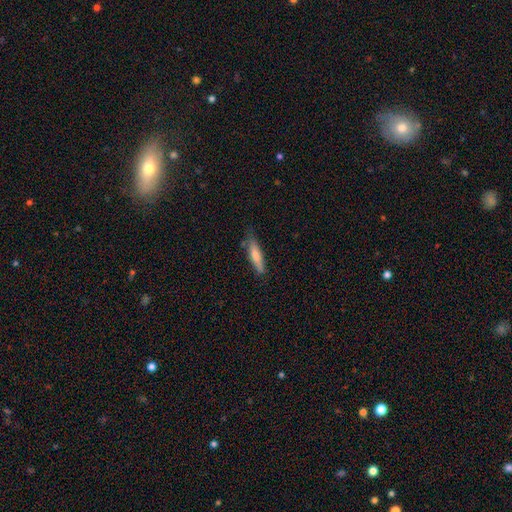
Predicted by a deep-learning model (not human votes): Q: Smooth or featured?
A: smooth (73%); runner-up: featured or disk (21%)
Q: How rounded?
A: cigar-shaped (78%); runner-up: in between (20%)
Q: Merging?
A: none (73%); runner-up: minor disturbance (21%)